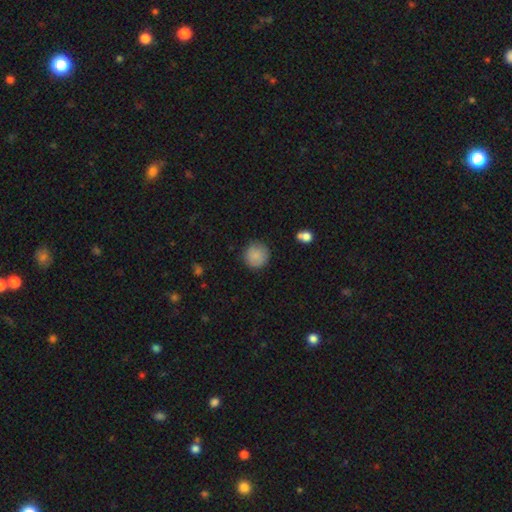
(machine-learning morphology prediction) A smooth galaxy with no disk features (86%) that is round (94%).

Vote fractions:
- Smooth or featured? smooth: 86% / star or artifact: 8% / featured or disk: 6%
- How rounded? round: 94% / in between: 5% / cigar-shaped: 1%
- Merging? none: 86% / minor disturbance: 10% / major disturbance: 2% / merger: 1%